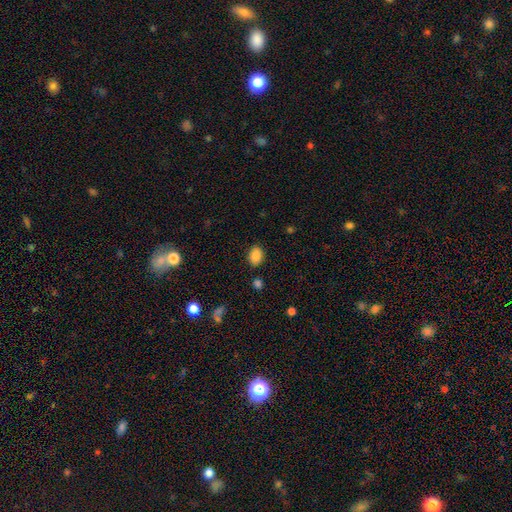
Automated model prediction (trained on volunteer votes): This appears to be a smooth galaxy with no disk features (86%) that is in between round and cigar-shaped (76%). Merging: none (84%).